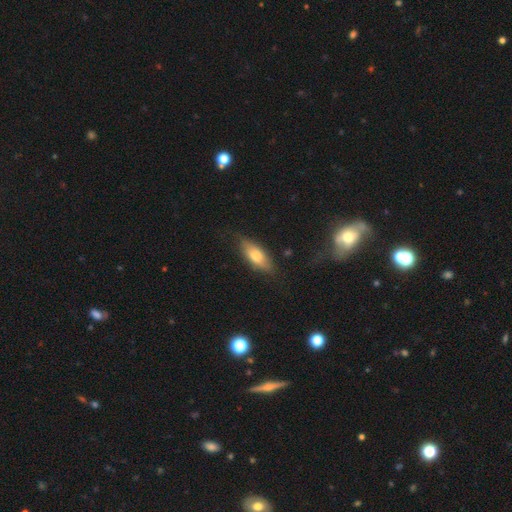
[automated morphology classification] smooth-or-featured: smooth: 66% | featured or disk: 28% | star or artifact: 6%
  how-rounded: in between: 70% | cigar-shaped: 28% | round: 3%
  merging: none: 76% | minor disturbance: 18% | major disturbance: 4% | merger: 2%